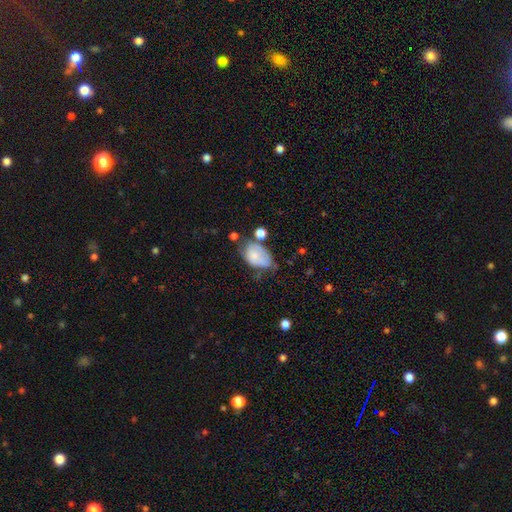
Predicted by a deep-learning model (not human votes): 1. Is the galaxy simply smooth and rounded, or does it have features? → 68% smooth, 24% featured or disk, 8% star or artifact.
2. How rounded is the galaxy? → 87% in between, 12% round, 1% cigar-shaped.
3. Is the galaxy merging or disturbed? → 36% minor disturbance, 33% none, 19% major disturbance, 13% merger.